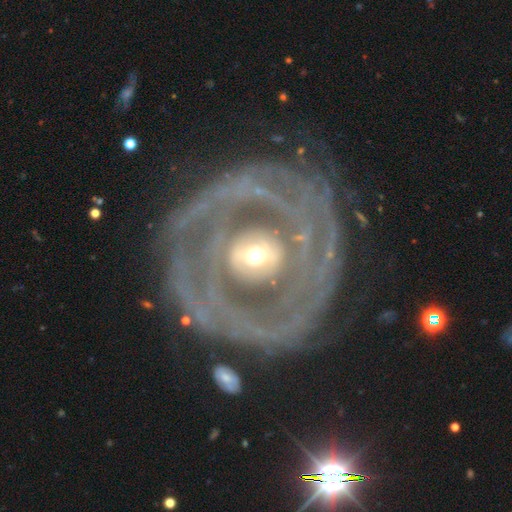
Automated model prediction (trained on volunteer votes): Smooth or featured? featured or disk (84%)
Edge-on disk? no (96%)
Bar? no (53%)
Spiral arms? yes (75%)
Spiral winding? tight (72%)
Spiral arm count? can't tell (36%)
Bulge size? moderate (46%)
Merging? none (71%)